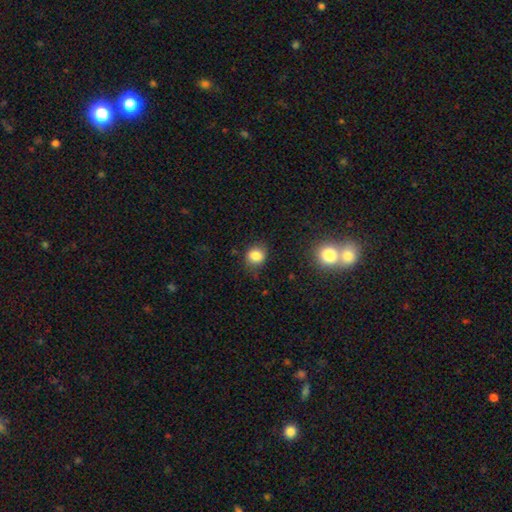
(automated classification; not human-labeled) The model was most divided on "how rounded": round: 70%, in between: 29%, cigar-shaped: 1%. More confident: smooth or featured — smooth (82%); merging — none (75%).